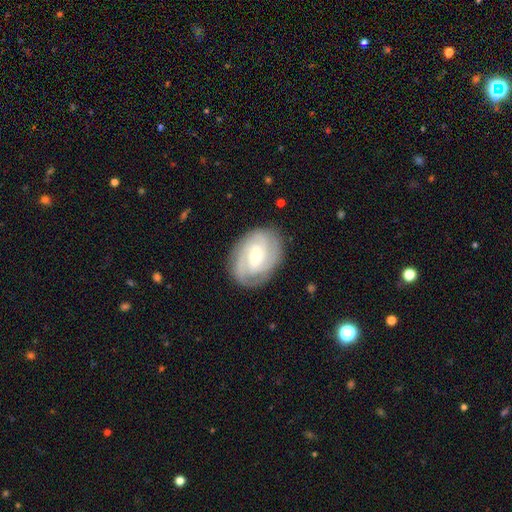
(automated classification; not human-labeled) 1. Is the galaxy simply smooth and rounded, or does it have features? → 83% featured or disk, 12% smooth, 5% star or artifact.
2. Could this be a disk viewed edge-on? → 97% no, 3% yes.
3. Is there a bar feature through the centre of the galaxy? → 44% weak, 40% no, 16% strong.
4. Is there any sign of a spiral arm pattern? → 95% yes, 5% no.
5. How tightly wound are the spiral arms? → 62% tight, 31% medium, 7% loose.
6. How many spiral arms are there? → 33% 3, 27% 2, 21% can't tell, 10% 4, 4% 1, 4% more than 4.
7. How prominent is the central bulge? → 52% small, 45% moderate, 2% large, 1% none, 1% dominant.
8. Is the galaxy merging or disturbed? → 82% none, 13% minor disturbance, 4% major disturbance, 1% merger.